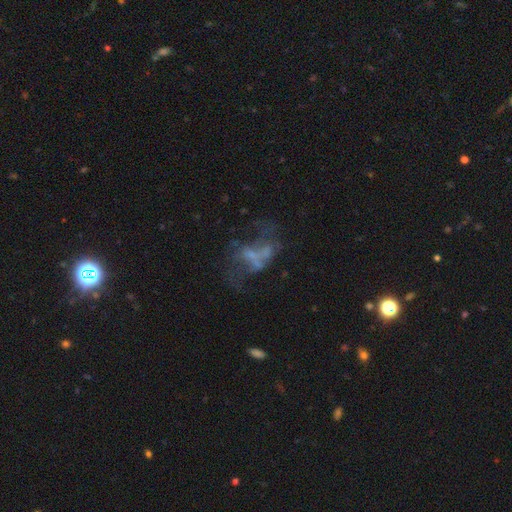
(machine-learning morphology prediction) Smooth or featured: featured or disk — 58% (smooth — 23%)
Edge-on disk: no — 97% (yes — 3%)
Bar: no — 82% (weak — 14%)
Spiral arms: no — 84% (yes — 16%)
Bulge size: none — 64% (small — 22%)
Merging: major disturbance — 38% (none — 32%)